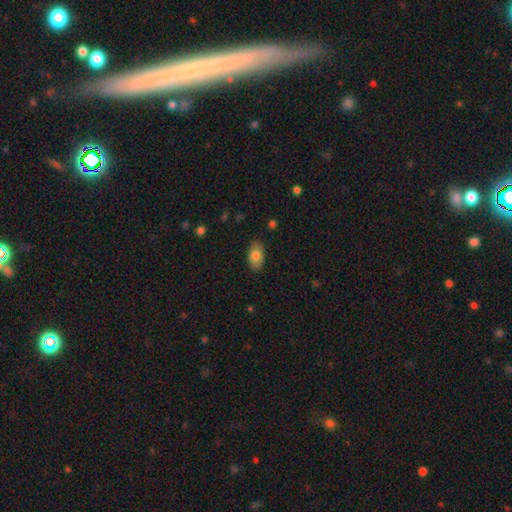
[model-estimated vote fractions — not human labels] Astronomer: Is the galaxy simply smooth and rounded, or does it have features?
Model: smooth — 80%.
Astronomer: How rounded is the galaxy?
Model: in between — 92%.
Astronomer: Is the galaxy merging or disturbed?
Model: none — 86%.